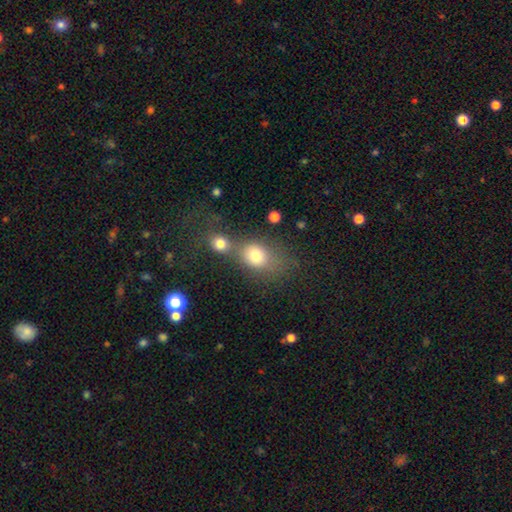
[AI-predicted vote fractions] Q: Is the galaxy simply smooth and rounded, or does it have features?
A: smooth — 77%.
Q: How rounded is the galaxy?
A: round — 52%.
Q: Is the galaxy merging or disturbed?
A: merger — 50%.